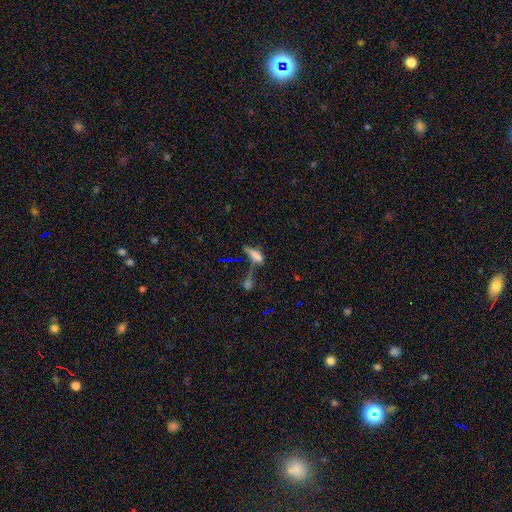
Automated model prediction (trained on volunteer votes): Smooth or featured?
  - smooth: 58% *
  - featured or disk: 24%
  - star or artifact: 17%
How rounded?
  - in between: 49% *
  - cigar-shaped: 47%
  - round: 4%
Merging?
  - merger: 43% *
  - none: 24%
  - major disturbance: 20%
  - minor disturbance: 13%